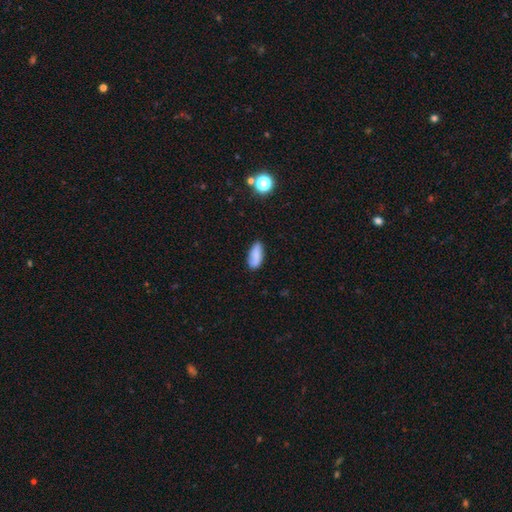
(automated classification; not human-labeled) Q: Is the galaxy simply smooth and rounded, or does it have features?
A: smooth — 80%.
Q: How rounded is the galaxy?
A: in between — 77%.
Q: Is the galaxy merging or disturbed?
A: none — 75%.